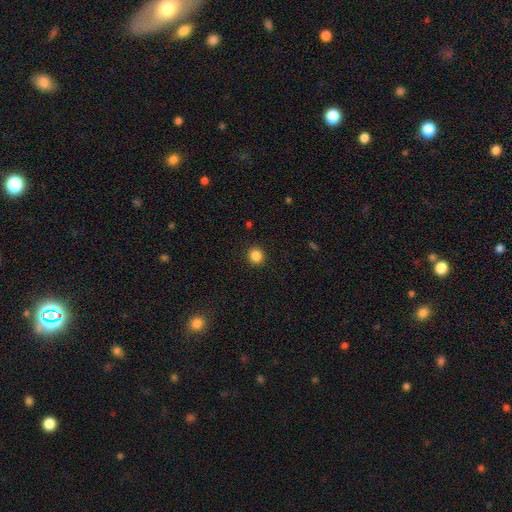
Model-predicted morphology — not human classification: This is clearly a smooth galaxy (86%). How rounded: clearly round (90%). Merging: clearly none (92%).